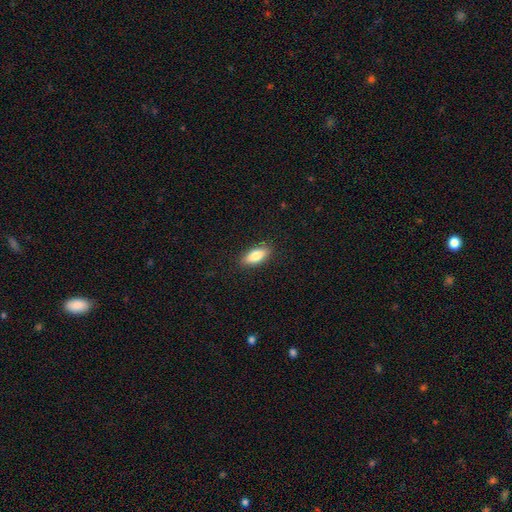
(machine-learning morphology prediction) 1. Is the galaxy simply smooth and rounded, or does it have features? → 83% smooth, 10% featured or disk, 6% star or artifact.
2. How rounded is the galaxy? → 80% in between, 18% cigar-shaped, 3% round.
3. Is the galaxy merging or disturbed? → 87% none, 10% minor disturbance, 2% major disturbance, 1% merger.